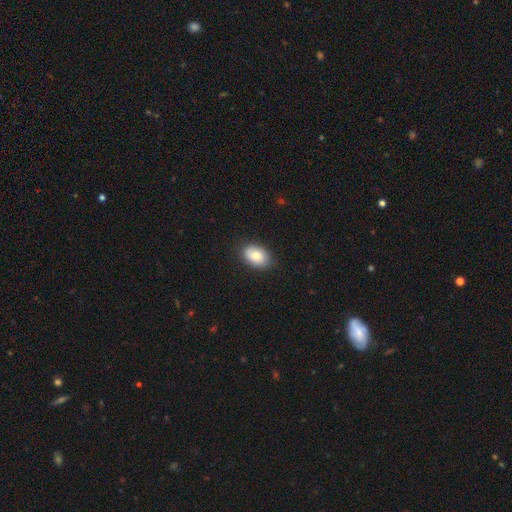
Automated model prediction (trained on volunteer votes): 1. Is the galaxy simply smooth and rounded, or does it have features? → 80% smooth, 13% featured or disk, 7% star or artifact.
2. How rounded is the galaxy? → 86% in between, 13% round, 1% cigar-shaped.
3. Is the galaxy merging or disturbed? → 84% none, 12% minor disturbance, 2% major disturbance, 1% merger.